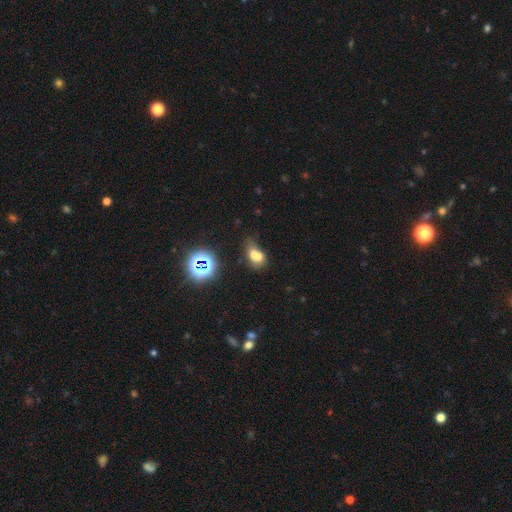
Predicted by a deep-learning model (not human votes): Morphology: type=smooth (61%); roundness=in between (72%); merging=merger (37%).